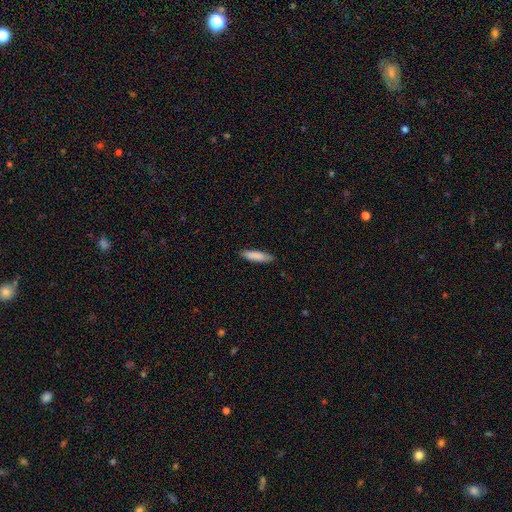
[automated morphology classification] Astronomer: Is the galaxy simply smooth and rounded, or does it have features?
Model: smooth — 87%.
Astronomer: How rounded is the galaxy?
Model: cigar-shaped — 77%.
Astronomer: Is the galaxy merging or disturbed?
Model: none — 88%.